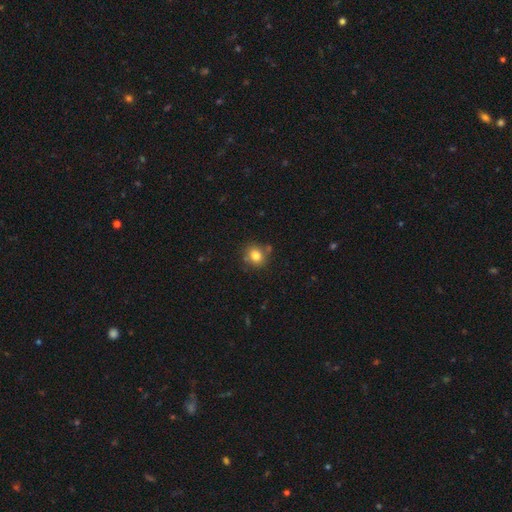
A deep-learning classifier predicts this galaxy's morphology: Smooth or featured: smooth — 80% (star or artifact — 12%)
How rounded: round — 81% (in between — 18%)
Merging: none — 78% (minor disturbance — 12%)